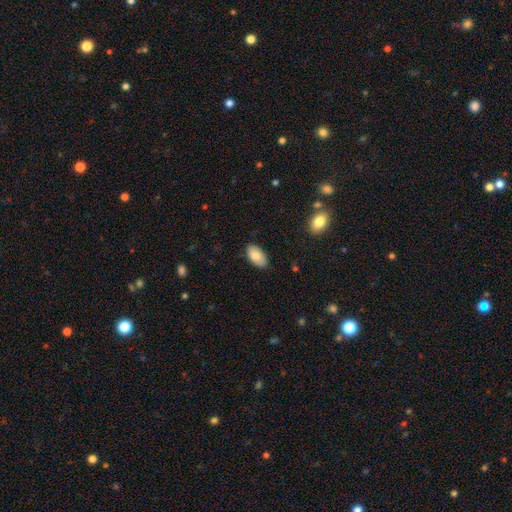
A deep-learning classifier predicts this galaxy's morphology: smooth_or_featured: smooth (p=0.79) [alt: featured or disk p=0.14]
how_rounded: in between (p=0.95) [alt: round p=0.04]
merging: none (p=0.85) [alt: minor disturbance p=0.12]